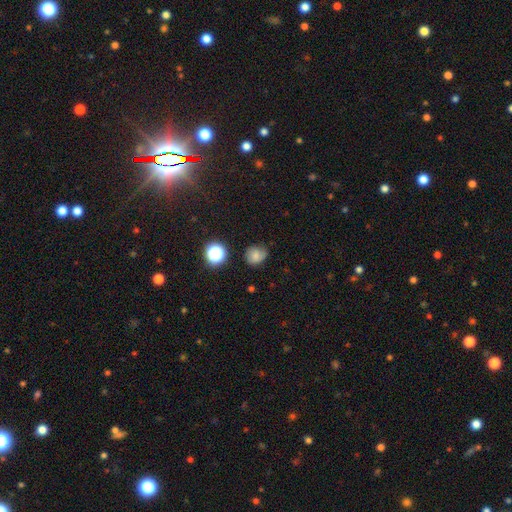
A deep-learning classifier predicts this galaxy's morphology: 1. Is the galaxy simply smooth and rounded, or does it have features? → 72% smooth, 15% star or artifact, 13% featured or disk.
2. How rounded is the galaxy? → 74% round, 25% in between, 1% cigar-shaped.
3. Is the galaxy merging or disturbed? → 66% none, 26% minor disturbance, 6% major disturbance, 2% merger.